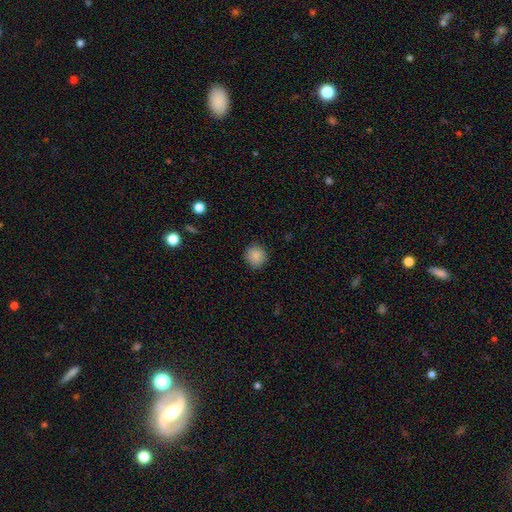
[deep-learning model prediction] Morphology: type=smooth (88%); roundness=round (93%); merging=none (91%).